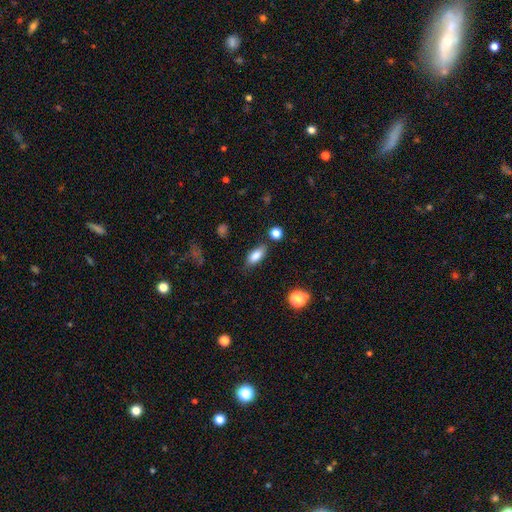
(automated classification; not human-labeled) smooth 84%, featured or disk 8%, star or artifact 8%. Down the decision tree: how rounded — in between (81%); merging — none (78%).